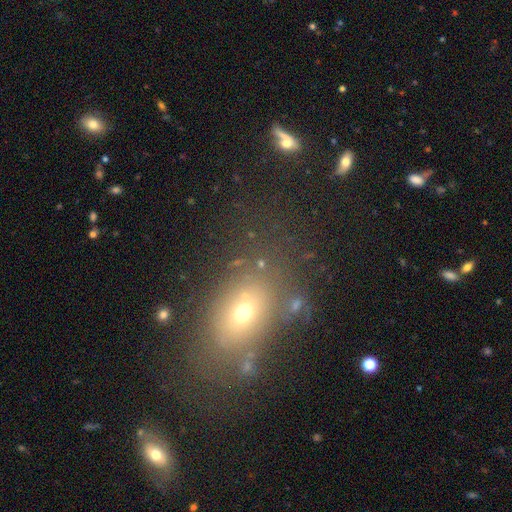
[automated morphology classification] Smooth or featured?
  - smooth: 57% *
  - star or artifact: 24%
  - featured or disk: 19%
How rounded?
  - in between: 69% *
  - round: 27%
  - cigar-shaped: 4%
Merging?
  - none: 72% *
  - minor disturbance: 14%
  - major disturbance: 9%
  - merger: 6%